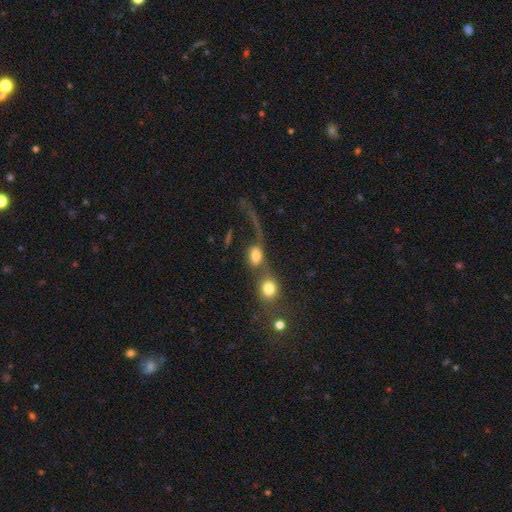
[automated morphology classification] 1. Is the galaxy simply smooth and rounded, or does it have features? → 69% smooth, 19% featured or disk, 12% star or artifact.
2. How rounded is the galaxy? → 62% in between, 34% round, 4% cigar-shaped.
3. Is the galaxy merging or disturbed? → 62% merger, 16% none, 15% major disturbance, 7% minor disturbance.